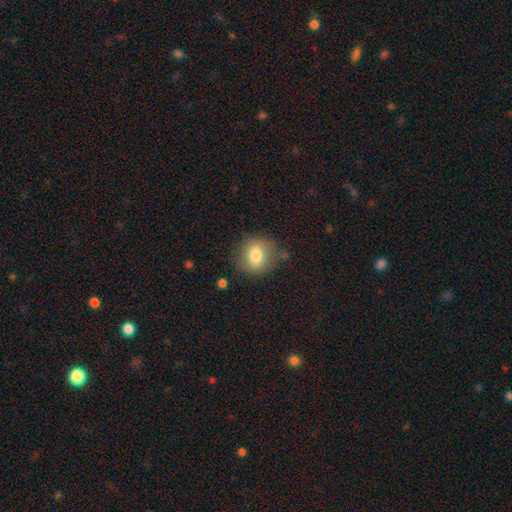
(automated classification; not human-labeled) Smooth or featured? smooth (77%)
How rounded? round (74%)
Merging? none (76%)